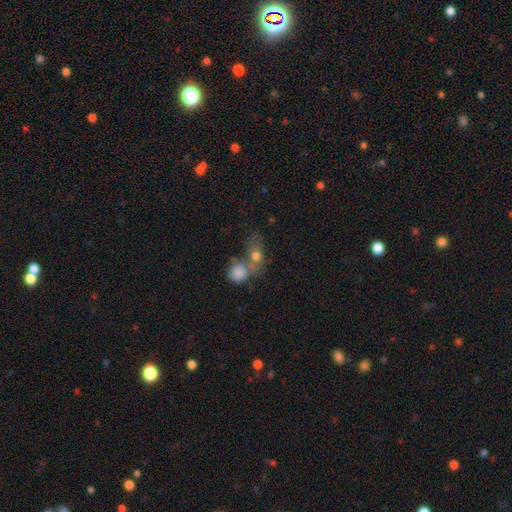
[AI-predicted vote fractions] Smooth or featured?
  - smooth: 68% *
  - featured or disk: 20%
  - star or artifact: 12%
How rounded?
  - in between: 58% *
  - round: 36%
  - cigar-shaped: 6%
Merging?
  - merger: 54% *
  - none: 28%
  - minor disturbance: 10%
  - major disturbance: 7%